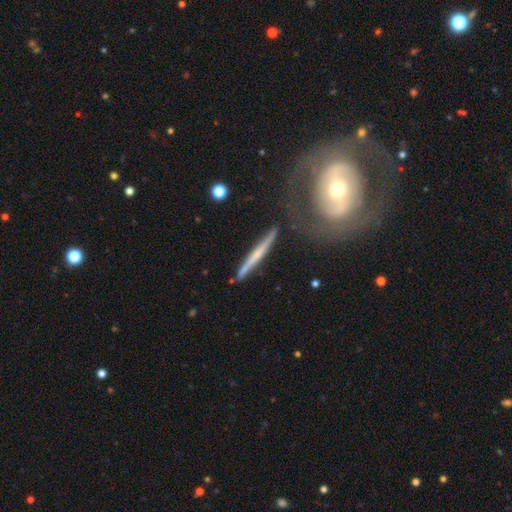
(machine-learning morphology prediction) The model was most divided on "edge-on bulge": none: 56%, rounded: 36%, boxy: 8%. More confident: edge-on disk — yes (94%); merging — none (81%); smooth or featured — featured or disk (62%).